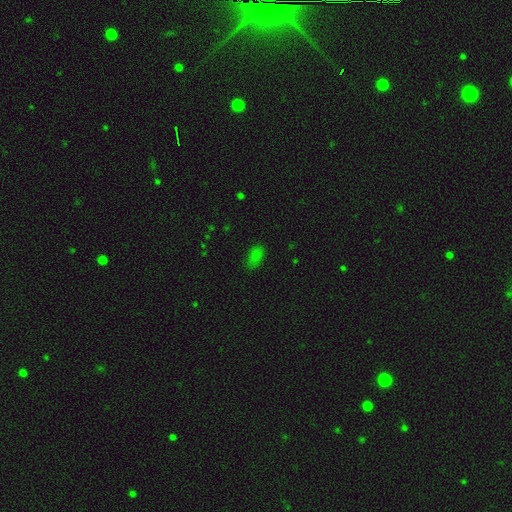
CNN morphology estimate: This is likely a smooth galaxy (76%). How rounded: clearly in between (90%). Merging: likely none (74%).